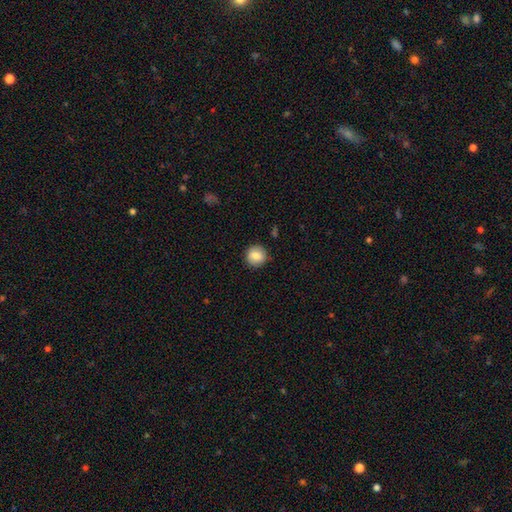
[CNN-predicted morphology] smooth 84%, star or artifact 8%, featured or disk 7%. Down the decision tree: how rounded — round (93%); merging — none (89%).